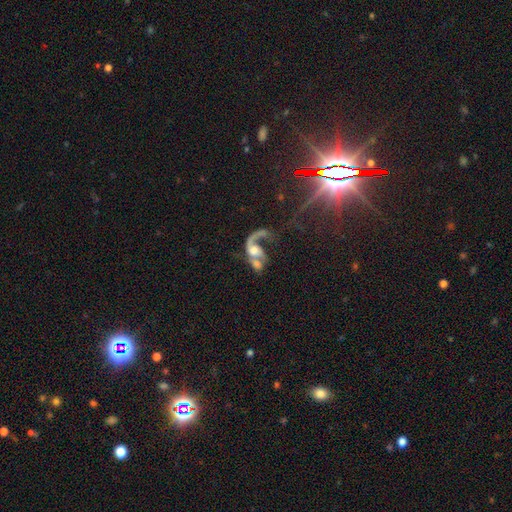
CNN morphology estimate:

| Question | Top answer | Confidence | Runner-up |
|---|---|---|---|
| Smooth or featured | featured or disk | 72% | smooth (18%) |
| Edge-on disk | no | 96% | yes (4%) |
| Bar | no | 68% | weak (24%) |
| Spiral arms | yes | 78% | no (22%) |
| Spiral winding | loose | 73% | medium (21%) |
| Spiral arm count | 1 | 56% | 2 (35%) |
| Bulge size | moderate | 50% | large (21%) |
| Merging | merger | 55% | major disturbance (23%) |